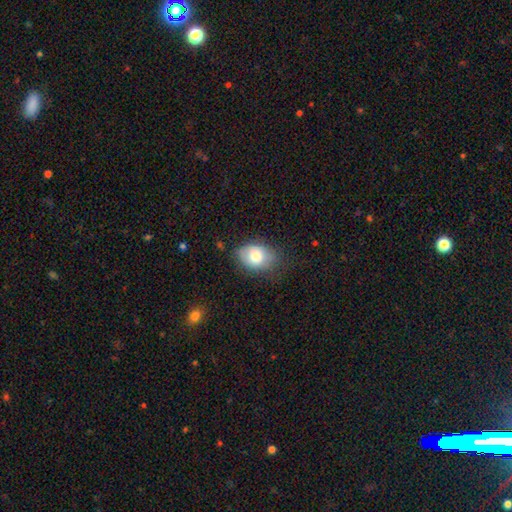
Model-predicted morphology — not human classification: Smooth or featured? Predicted: smooth (p=0.77). How rounded? Predicted: in between (p=0.80). Merging? Predicted: none (p=0.64).